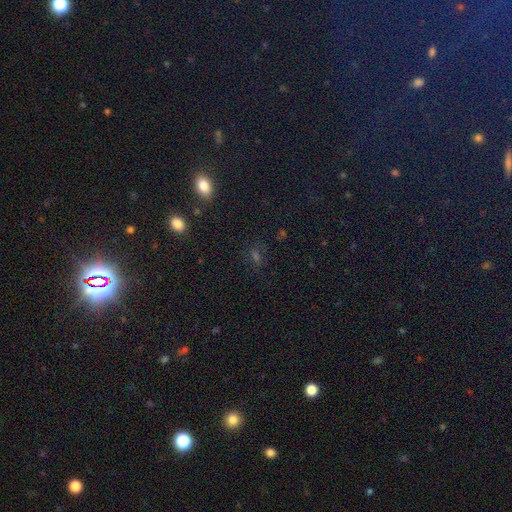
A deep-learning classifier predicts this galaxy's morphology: A star or artifact, not a galaxy (46%).